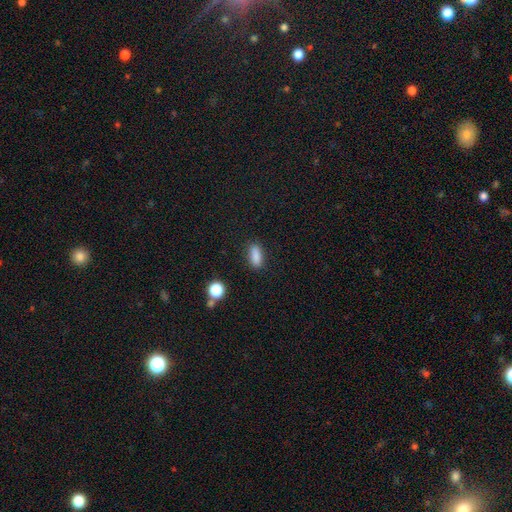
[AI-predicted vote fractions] The model was most divided on "how rounded": in between: 72%, cigar-shaped: 23%, round: 5%. More confident: smooth or featured — smooth (85%); merging — none (83%).